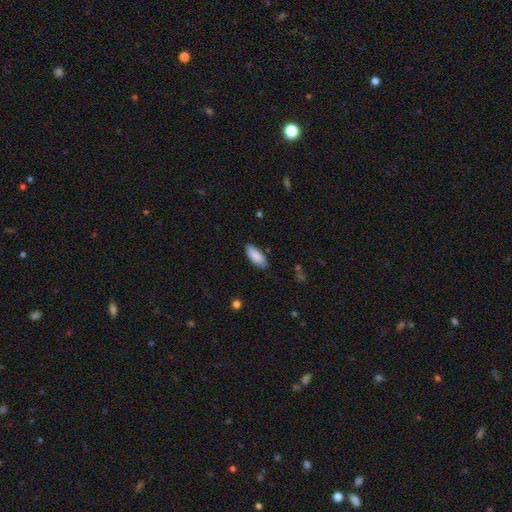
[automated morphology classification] smooth 88%, featured or disk 6%, star or artifact 6%. Down the decision tree: how rounded — in between (82%); merging — none (83%).